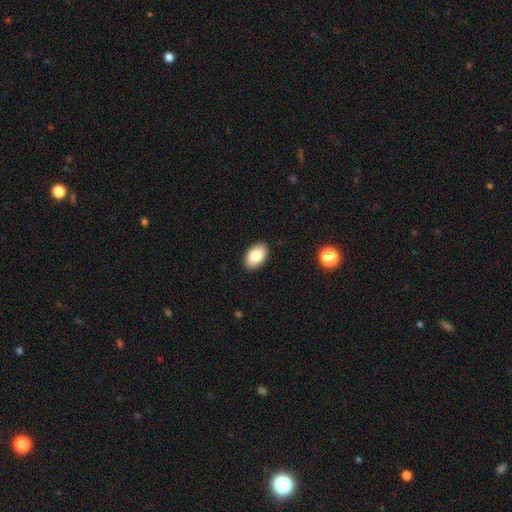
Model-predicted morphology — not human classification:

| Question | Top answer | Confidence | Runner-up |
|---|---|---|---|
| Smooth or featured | smooth | 82% | featured or disk (11%) |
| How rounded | in between | 92% | round (7%) |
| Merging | none | 89% | minor disturbance (8%) |